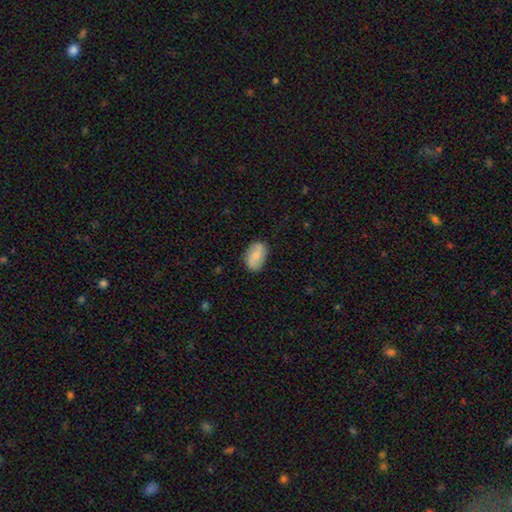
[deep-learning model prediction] Smooth or featured?
  - smooth: 67% *
  - featured or disk: 26%
  - star or artifact: 7%
How rounded?
  - in between: 91% *
  - round: 7%
  - cigar-shaped: 2%
Merging?
  - none: 81% *
  - minor disturbance: 15%
  - major disturbance: 3%
  - merger: 1%